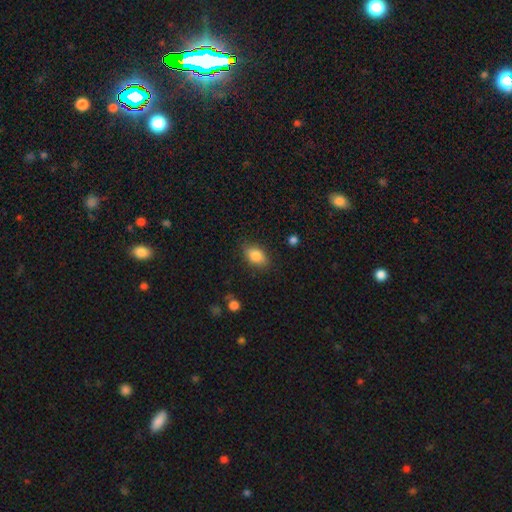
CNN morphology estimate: Overall: smooth (84%). How rounded: in between (86%). Merging: none (82%).